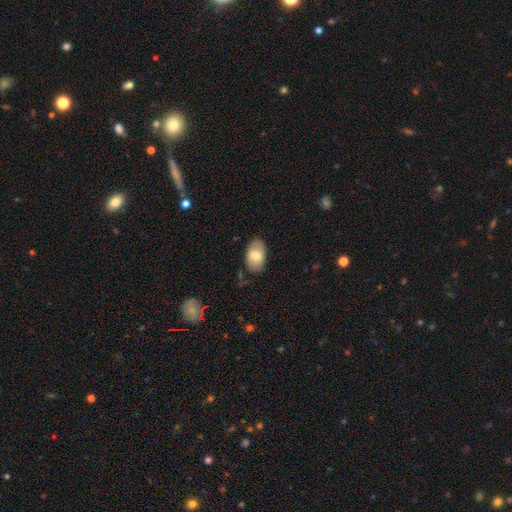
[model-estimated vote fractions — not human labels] smooth 74%, featured or disk 20%, star or artifact 6%. Down the decision tree: how rounded — in between (92%); merging — none (80%).